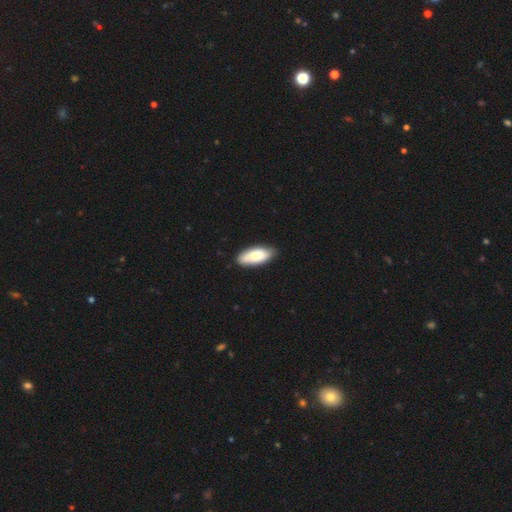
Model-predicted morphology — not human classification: smooth-or-featured: smooth: 80% | featured or disk: 15% | star or artifact: 5%
  how-rounded: in between: 82% | cigar-shaped: 16% | round: 2%
  merging: none: 85% | minor disturbance: 12% | major disturbance: 2% | merger: 1%